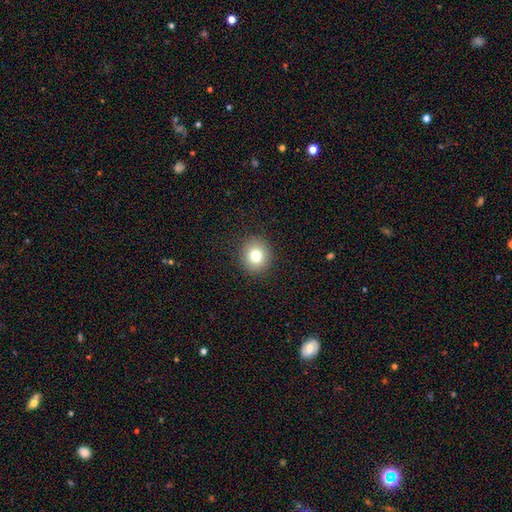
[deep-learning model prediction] Smooth or featured? smooth (78%)
How rounded? round (85%)
Merging? none (90%)